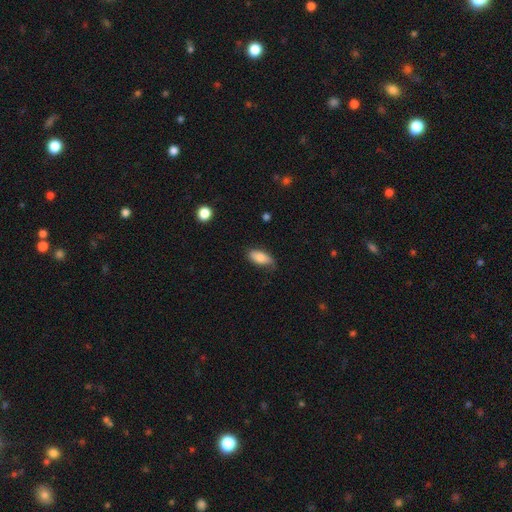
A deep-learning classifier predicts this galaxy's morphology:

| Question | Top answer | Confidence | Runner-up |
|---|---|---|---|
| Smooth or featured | smooth | 76% | featured or disk (16%) |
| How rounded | in between | 85% | cigar-shaped (12%) |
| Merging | none | 64% | minor disturbance (28%) |